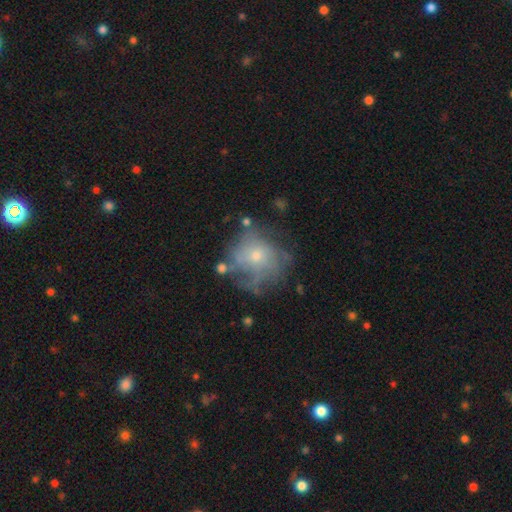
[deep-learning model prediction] Overall: featured or disk (52%; smooth 37%). Edge-on disk: no (97%). Bar: no (85%). Spiral arms: yes (54%; no 46%). Bulge size: small (52%; moderate 42%). Merging: none (51%; minor disturbance 24%).